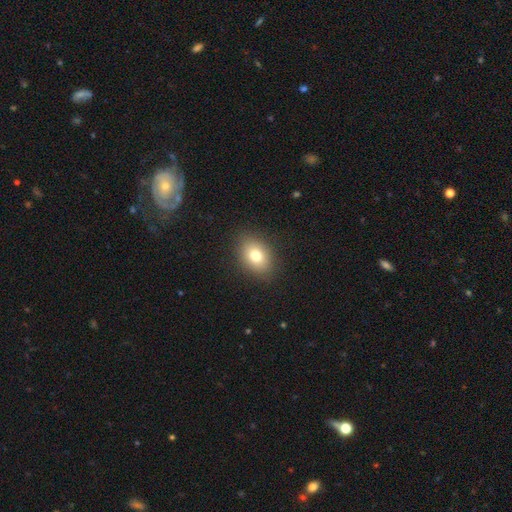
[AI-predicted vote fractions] Smooth or featured? smooth (77%)
How rounded? in between (71%)
Merging? none (87%)